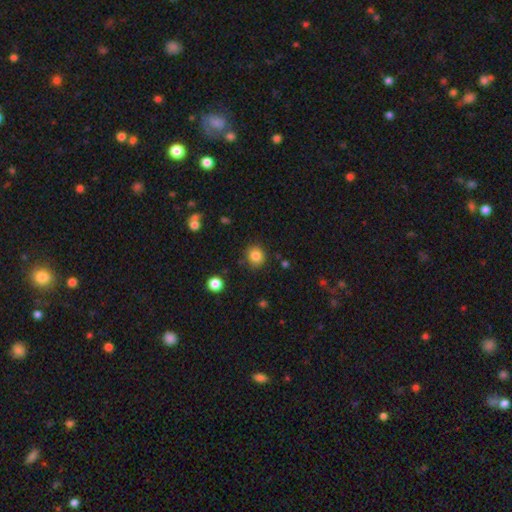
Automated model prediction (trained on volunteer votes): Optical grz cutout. It shows a smooth galaxy with no disk features (84%) that is round (84%). Merging: none (86%).